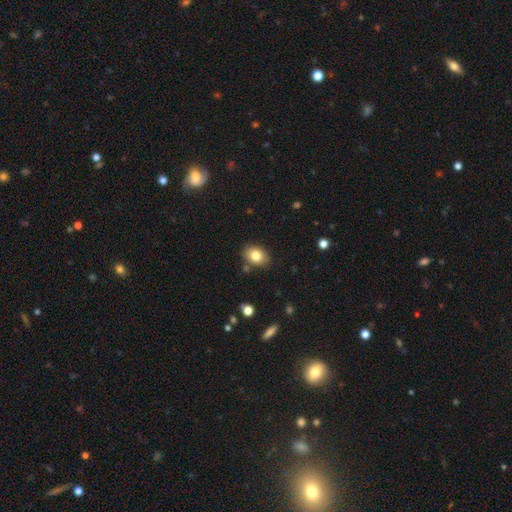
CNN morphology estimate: This appears to be a smooth galaxy with no disk features (82%) that is in between round and cigar-shaped (62%). Merging: none (82%).